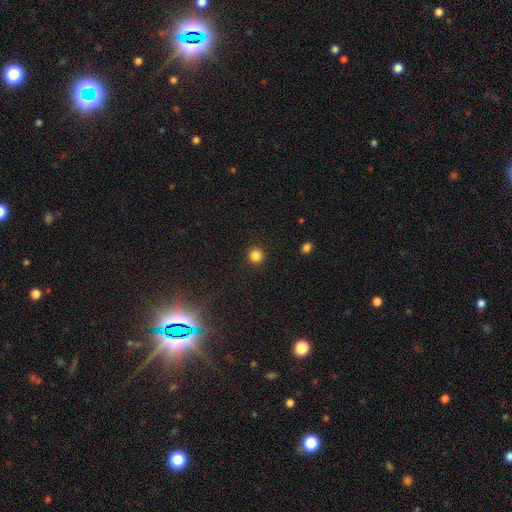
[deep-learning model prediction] A smooth galaxy with no disk features (84%) that is round (95%).

Vote fractions:
- Smooth or featured? smooth: 84% / star or artifact: 12% / featured or disk: 4%
- How rounded? round: 95% / in between: 4% / cigar-shaped: 1%
- Merging? none: 93% / minor disturbance: 5% / major disturbance: 2% / merger: 1%